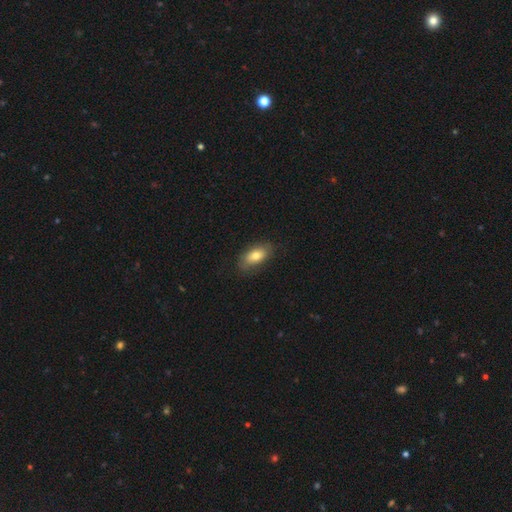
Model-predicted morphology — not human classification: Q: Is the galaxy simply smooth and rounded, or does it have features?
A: smooth — 77%.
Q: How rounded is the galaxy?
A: in between — 89%.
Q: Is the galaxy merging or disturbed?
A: none — 79%.